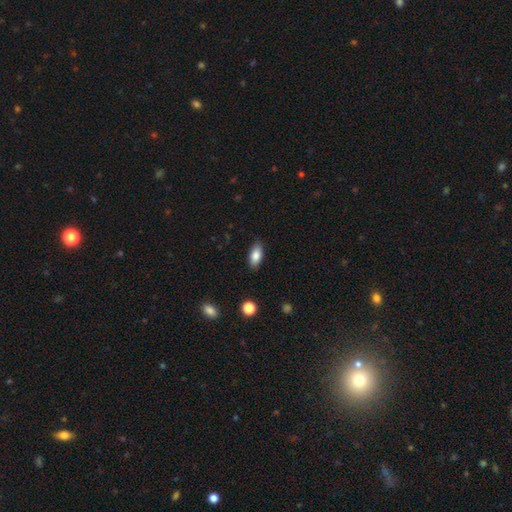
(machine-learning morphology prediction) The model was most divided on "smooth or featured": smooth: 84%, featured or disk: 9%, star or artifact: 7%. More confident: how rounded — in between (88%); merging — none (87%).